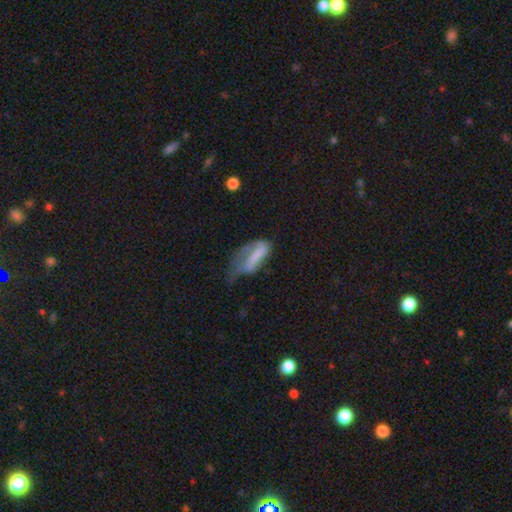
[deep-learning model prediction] Smooth or featured: smooth — 54% (featured or disk — 38%)
How rounded: in between — 73% (cigar-shaped — 24%)
Merging: major disturbance — 50% (minor disturbance — 27%)